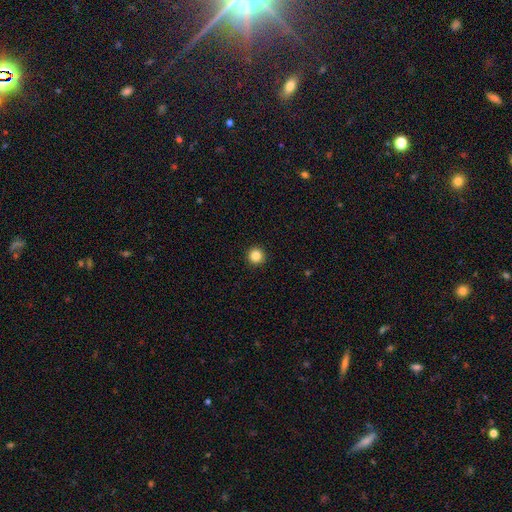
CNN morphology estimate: Smooth or featured? smooth (85%)
How rounded? round (96%)
Merging? none (94%)